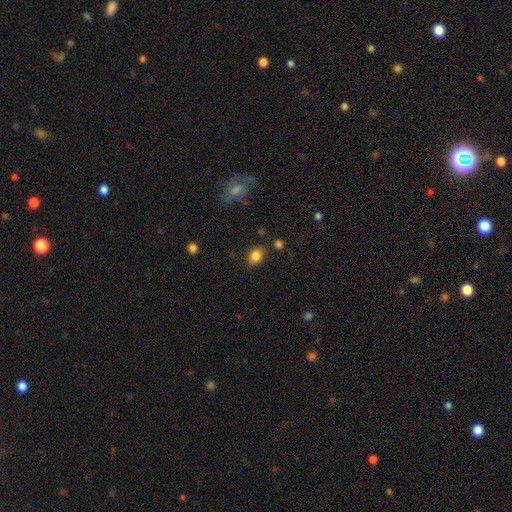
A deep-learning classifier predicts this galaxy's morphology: Overall: smooth (84%). How rounded: in between (59%; round 40%). Merging: none (82%).